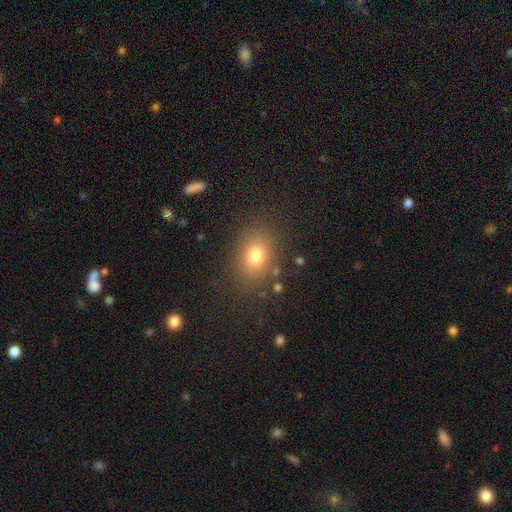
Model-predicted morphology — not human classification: Smooth or featured? smooth (76%)
How rounded? in between (60%)
Merging? none (83%)